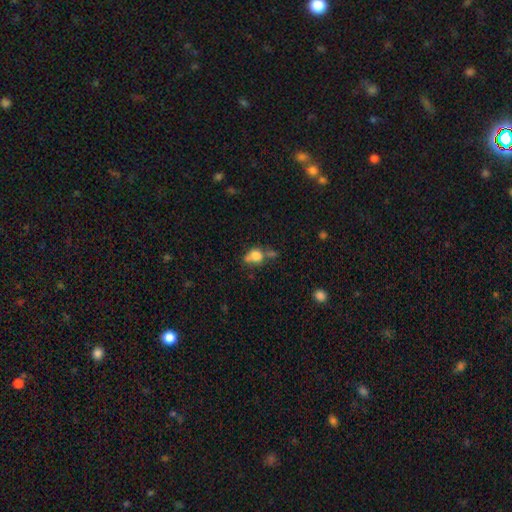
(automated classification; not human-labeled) smooth_or_featured: smooth (p=0.74) [alt: featured or disk p=0.14]
how_rounded: round (p=0.60) [alt: in between p=0.38]
merging: none (p=0.41) [alt: merger p=0.29]